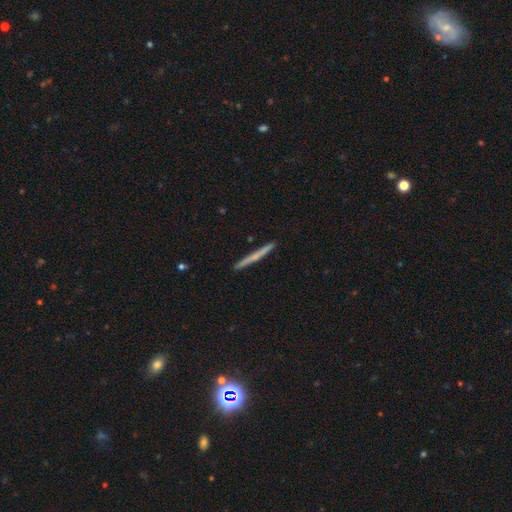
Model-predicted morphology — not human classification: smooth_or_featured: smooth (p=0.52) [alt: featured or disk p=0.42]
how_rounded: cigar-shaped (p=0.97) [alt: in between p=0.02]
merging: none (p=0.92) [alt: minor disturbance p=0.06]